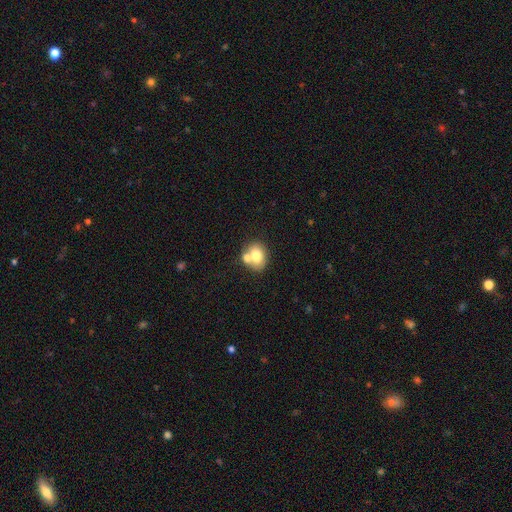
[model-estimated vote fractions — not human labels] smooth 73%, featured or disk 18%, star or artifact 9%. Down the decision tree: how rounded — in between (54%); merging — none (44%).